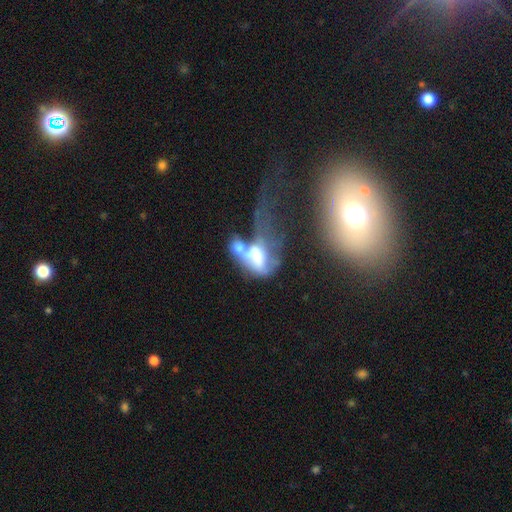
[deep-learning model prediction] Smooth or featured?
  - featured or disk: 46% *
  - smooth: 42%
  - star or artifact: 12%
Merging?
  - merger: 55% *
  - major disturbance: 33%
  - none: 7%
  - minor disturbance: 6%